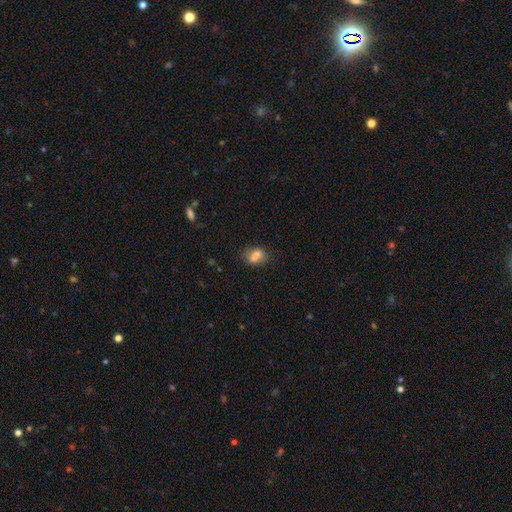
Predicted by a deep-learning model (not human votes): Smooth or featured? Predicted: smooth (p=0.76). How rounded? Predicted: in between (p=0.72). Merging? Predicted: none (p=0.74).